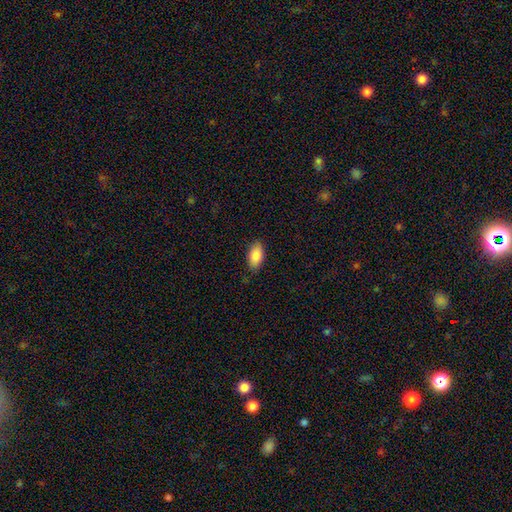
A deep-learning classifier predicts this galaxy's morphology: Smooth or featured? smooth (87%)
How rounded? in between (93%)
Merging? none (83%)